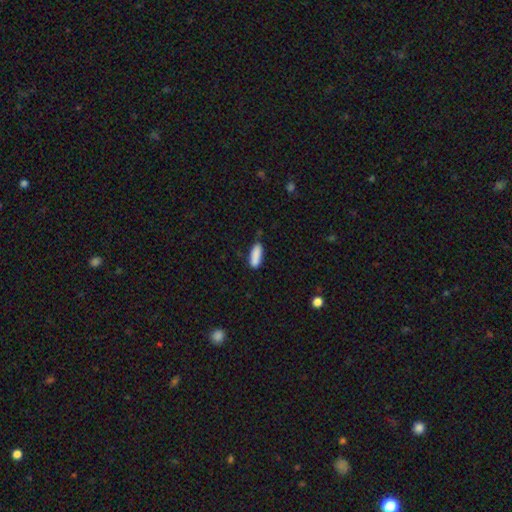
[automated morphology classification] The model was most divided on "how rounded": in between: 61%, cigar-shaped: 37%, round: 2%. More confident: smooth or featured — smooth (88%); merging — none (75%).